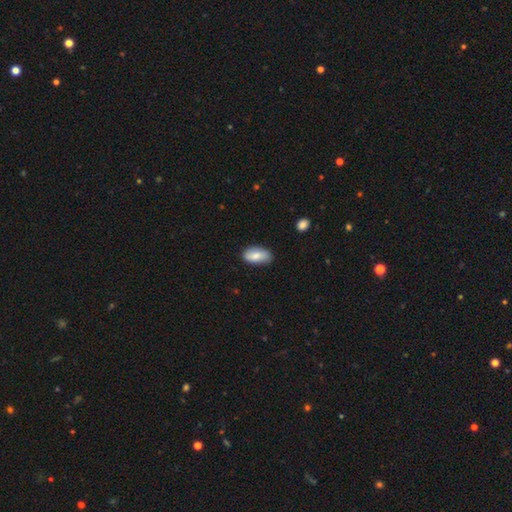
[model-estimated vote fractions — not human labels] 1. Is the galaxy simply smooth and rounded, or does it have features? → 79% smooth, 15% featured or disk, 6% star or artifact.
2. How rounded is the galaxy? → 93% in between, 4% cigar-shaped, 3% round.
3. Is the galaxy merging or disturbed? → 78% none, 18% minor disturbance, 3% major disturbance, 1% merger.